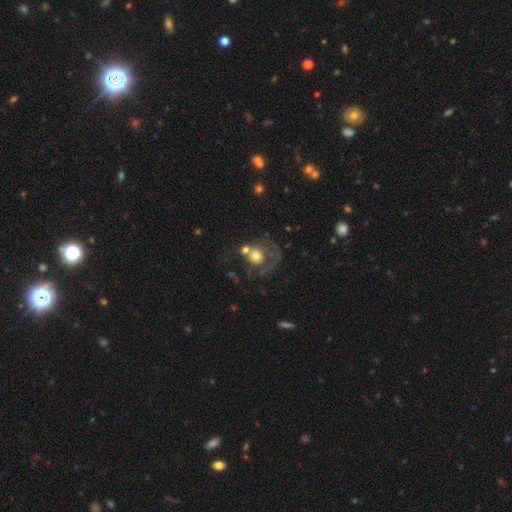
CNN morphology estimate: Smooth or featured?
  - smooth: 50% *
  - featured or disk: 41%
  - star or artifact: 9%
Merging?
  - major disturbance: 31% *
  - none: 29%
  - merger: 25%
  - minor disturbance: 14%